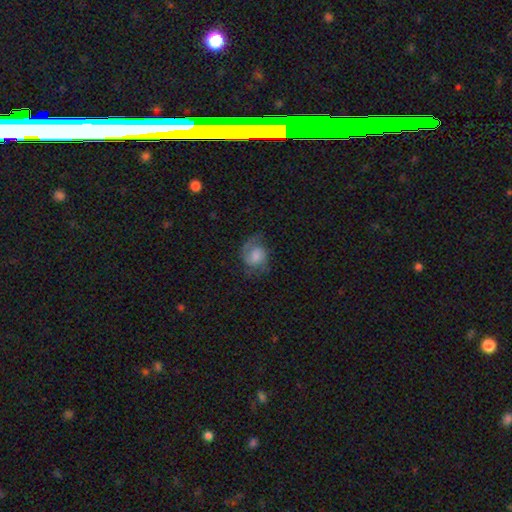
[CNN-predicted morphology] The model was most divided on "bulge size": moderate: 32%, small: 25%, large: 21%, none: 19%, dominant: 3%. More confident: edge-on disk — no (97%); spiral arms — yes (90%); merging — none (61%); smooth or featured — featured or disk (57%); bar — no (56%).